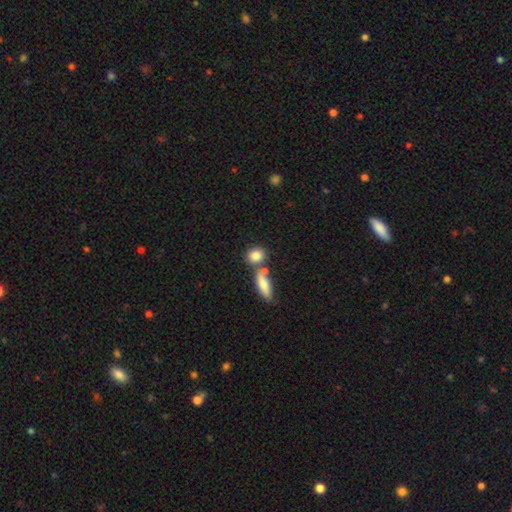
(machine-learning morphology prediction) A smooth galaxy with no disk features (84%) that is round (56%). Merging: none (56%).